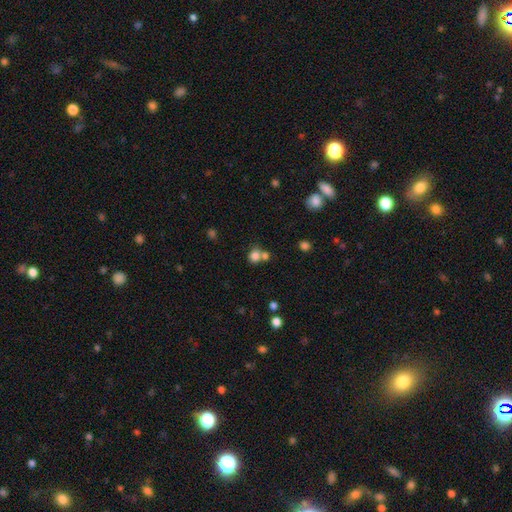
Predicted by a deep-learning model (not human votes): smooth_or_featured: smooth (p=0.79) [alt: star or artifact p=0.13]
how_rounded: round (p=0.77) [alt: in between p=0.22]
merging: none (p=0.47) [alt: merger p=0.41]